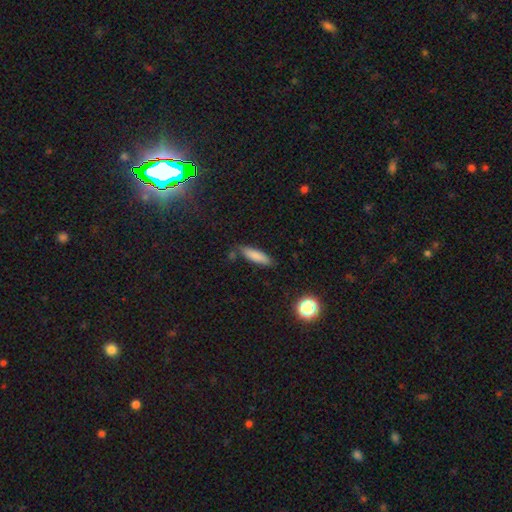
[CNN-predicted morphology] smooth_or_featured: smooth (p=0.82) [alt: featured or disk p=0.10]
how_rounded: cigar-shaped (p=0.61) [alt: in between p=0.37]
merging: none (p=0.77) [alt: minor disturbance p=0.15]